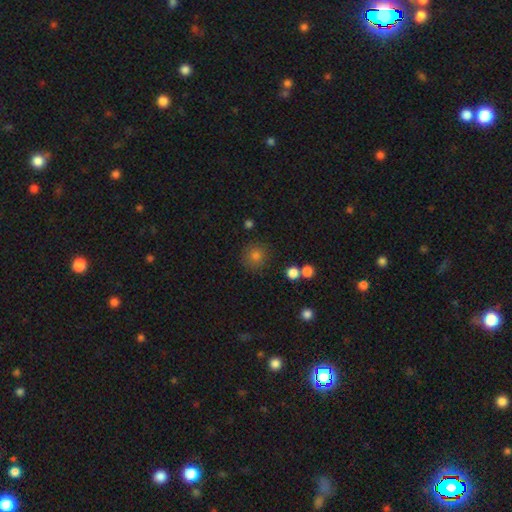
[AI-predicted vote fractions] A smooth galaxy with no disk features (80%) that is round (92%).

Vote fractions:
- Smooth or featured? smooth: 80% / star or artifact: 14% / featured or disk: 7%
- How rounded? round: 92% / in between: 7% / cigar-shaped: 1%
- Merging? none: 85% / minor disturbance: 9% / merger: 4% / major disturbance: 3%